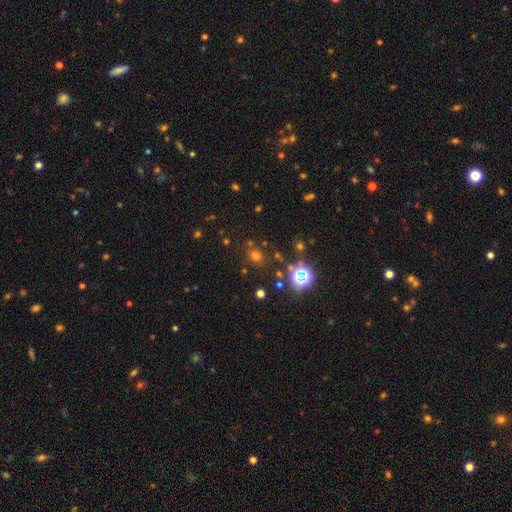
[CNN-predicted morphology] Smooth or featured? Predicted: smooth (p=0.57). How rounded? Predicted: round (p=0.79). Merging? Predicted: none (p=0.80).